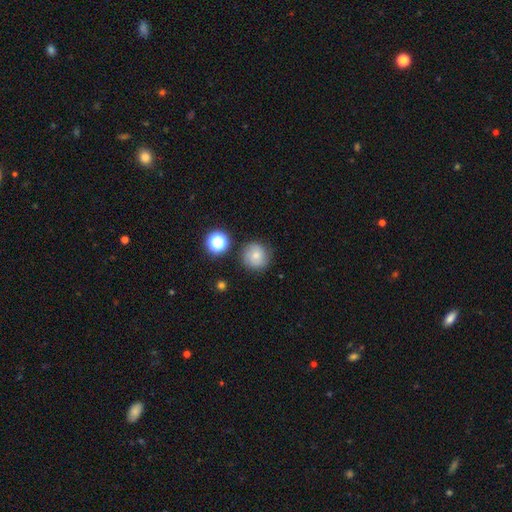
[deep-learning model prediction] Smooth or featured?
  - smooth: 66% *
  - featured or disk: 21%
  - star or artifact: 13%
How rounded?
  - round: 93% *
  - in between: 6%
  - cigar-shaped: 1%
Merging?
  - none: 80% *
  - minor disturbance: 13%
  - major disturbance: 4%
  - merger: 4%